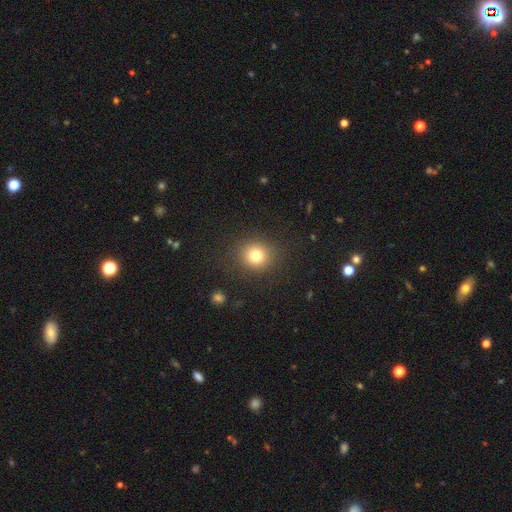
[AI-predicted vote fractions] Overall: smooth (78%). How rounded: round (86%). Merging: none (87%).